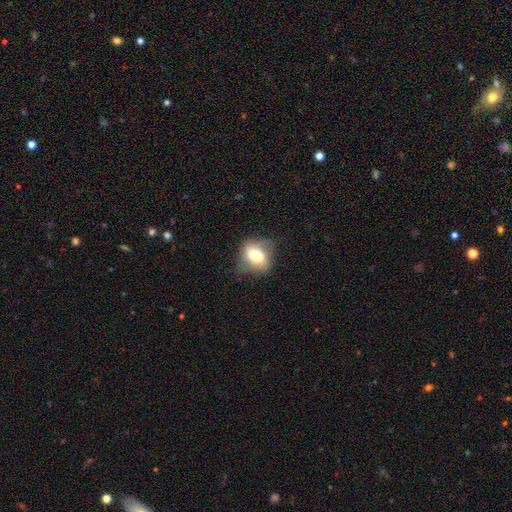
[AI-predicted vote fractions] Morphology: type=smooth (60%); roundness=in between (62%); merging=none (56%).